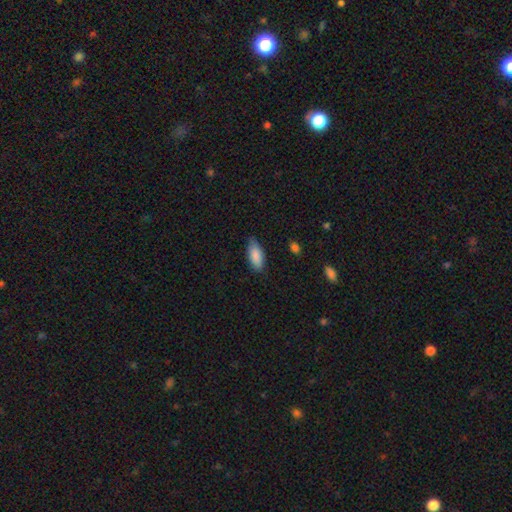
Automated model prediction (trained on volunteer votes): Overall: smooth (87%). How rounded: in between (84%). Merging: none (77%).